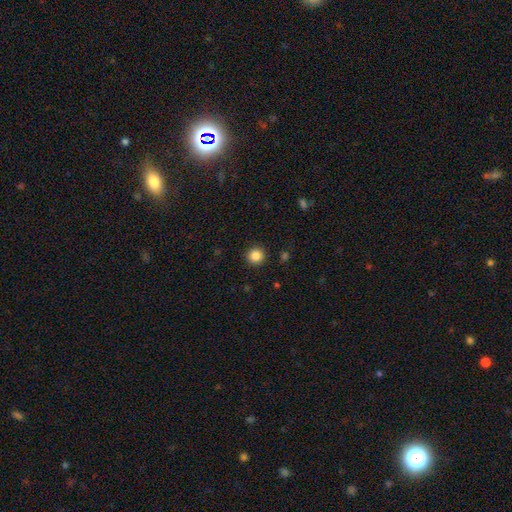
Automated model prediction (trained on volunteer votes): The model was most divided on "smooth or featured": smooth: 86%, star or artifact: 11%, featured or disk: 4%. More confident: how rounded — round (94%); merging — none (92%).